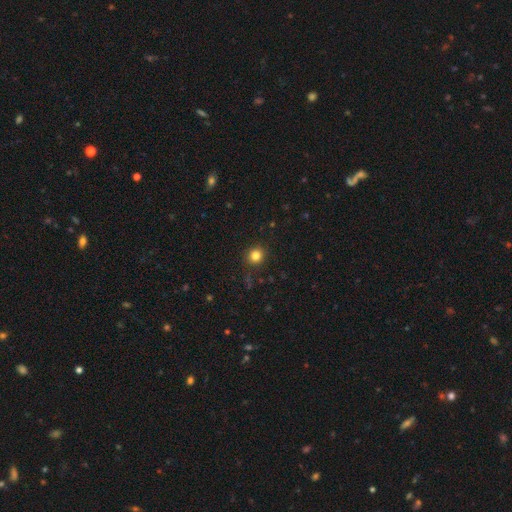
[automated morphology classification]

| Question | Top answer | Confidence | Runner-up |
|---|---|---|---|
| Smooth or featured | smooth | 82% | star or artifact (13%) |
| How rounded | round | 90% | in between (9%) |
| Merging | none | 90% | minor disturbance (6%) |